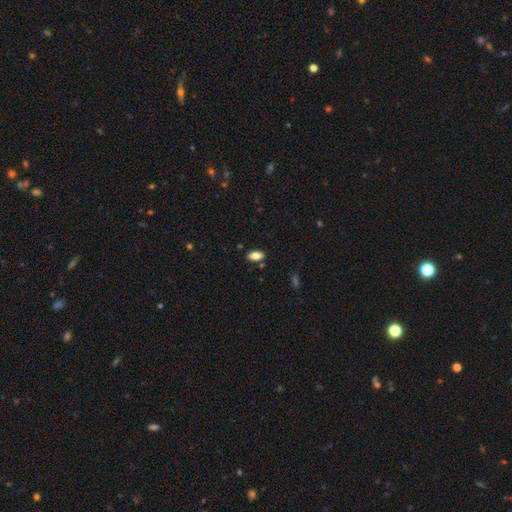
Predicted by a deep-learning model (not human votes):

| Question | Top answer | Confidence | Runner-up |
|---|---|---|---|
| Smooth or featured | smooth | 80% | featured or disk (11%) |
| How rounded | in between | 91% | cigar-shaped (6%) |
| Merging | none | 85% | minor disturbance (10%) |